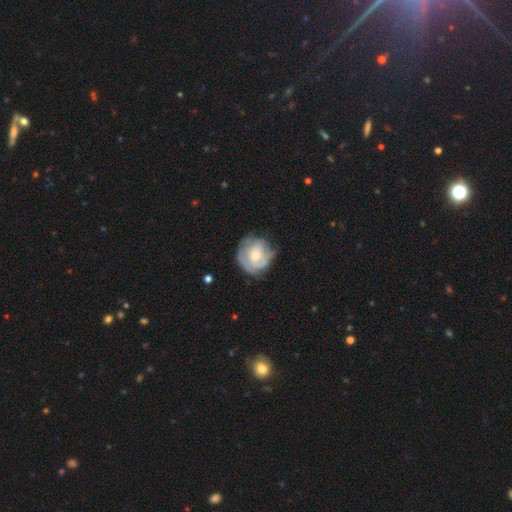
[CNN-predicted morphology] Smooth or featured: featured or disk — 62% (smooth — 32%)
Edge-on disk: no — 97% (yes — 3%)
Bar: no — 76% (weak — 21%)
Spiral arms: yes — 70% (no — 30%)
Bulge size: moderate — 55% (small — 38%)
Merging: none — 58% (minor disturbance — 27%)